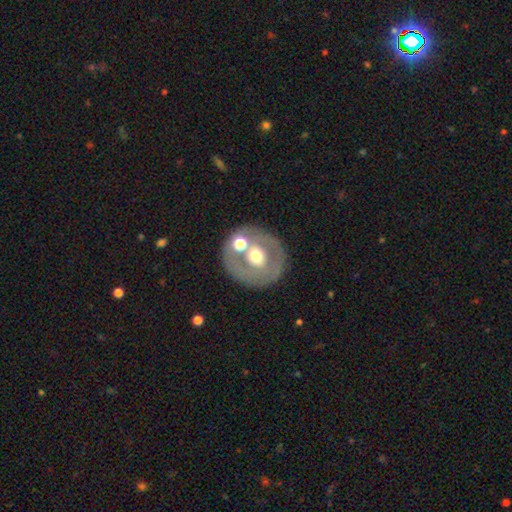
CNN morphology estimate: type=featured or disk (55%); edge-on=no (94%); bar=no (71%); spiral arms=no (80%); bulge=moderate (75%); merging=none (69%).